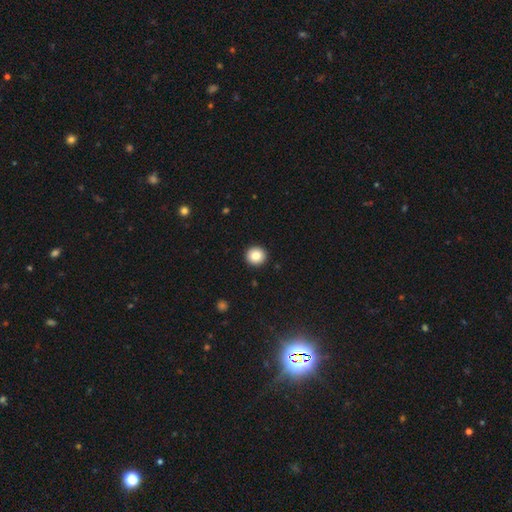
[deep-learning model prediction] Smooth or featured? smooth (85%)
How rounded? round (94%)
Merging? none (93%)